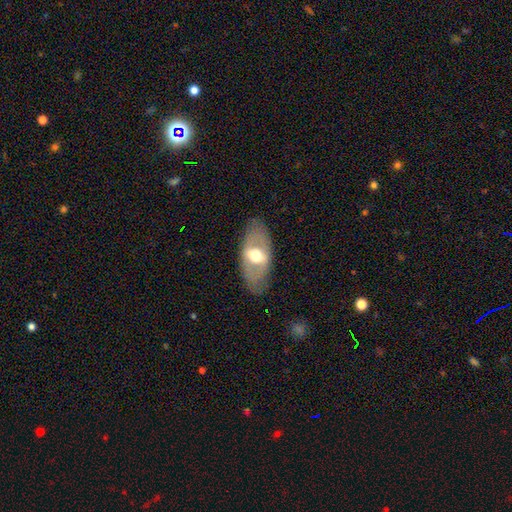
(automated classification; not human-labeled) A featured or disk galaxy (54%).

Vote fractions:
- Smooth or featured? featured or disk: 54% / smooth: 40% / star or artifact: 6%
- Edge-on disk? no: 81% / yes: 19%
- Merging? none: 80% / minor disturbance: 13% / major disturbance: 5% / merger: 1%